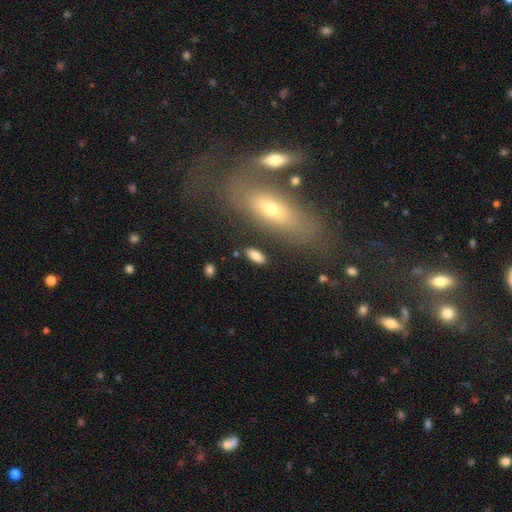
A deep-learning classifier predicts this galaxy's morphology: smooth_or_featured: smooth (p=0.83) [alt: featured or disk p=0.09]
how_rounded: in between (p=0.85) [alt: cigar-shaped p=0.11]
merging: none (p=0.83) [alt: minor disturbance p=0.10]